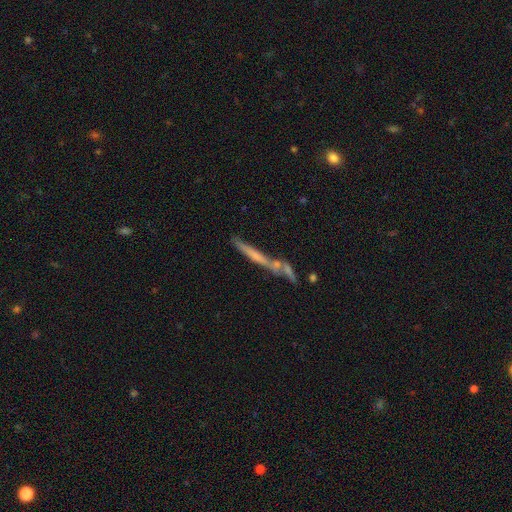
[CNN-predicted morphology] The model was most divided on "smooth or featured": featured or disk: 52%, smooth: 39%, star or artifact: 9%. More confident: edge-on disk — yes (90%); merging — none (54%).